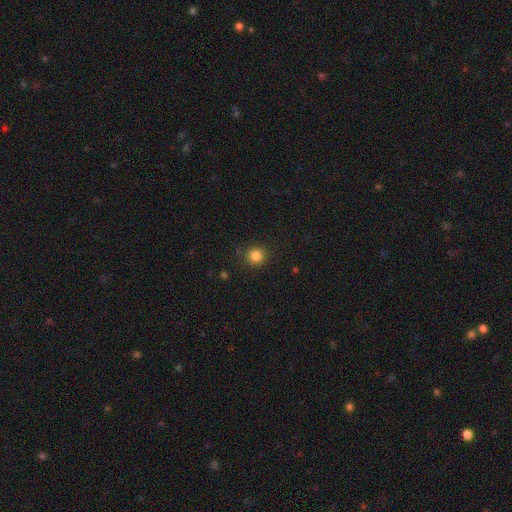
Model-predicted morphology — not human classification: The model was most divided on "smooth or featured": smooth: 84%, star or artifact: 12%, featured or disk: 4%. More confident: how rounded — round (92%); merging — none (88%).